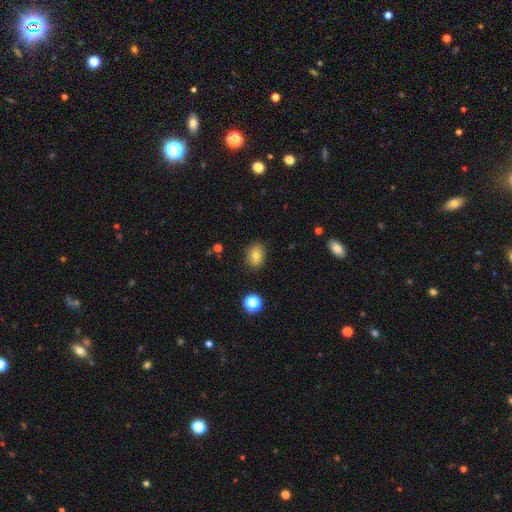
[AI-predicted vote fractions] This is likely a smooth galaxy (78%). How rounded: likely in between (67%). Merging: clearly none (87%).